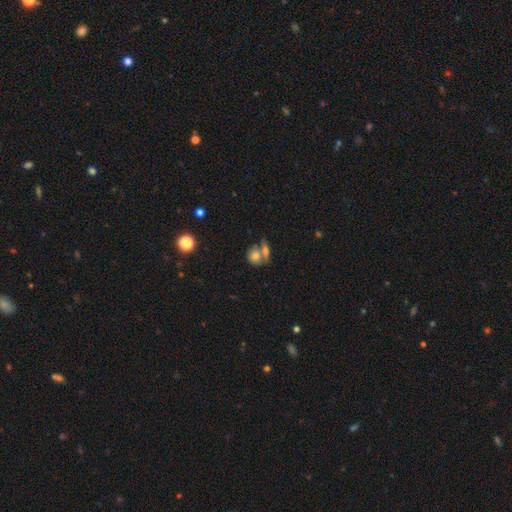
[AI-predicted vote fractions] Overall: smooth (73%). How rounded: round (60%; in between 36%). Merging: merger (49%; none 36%).